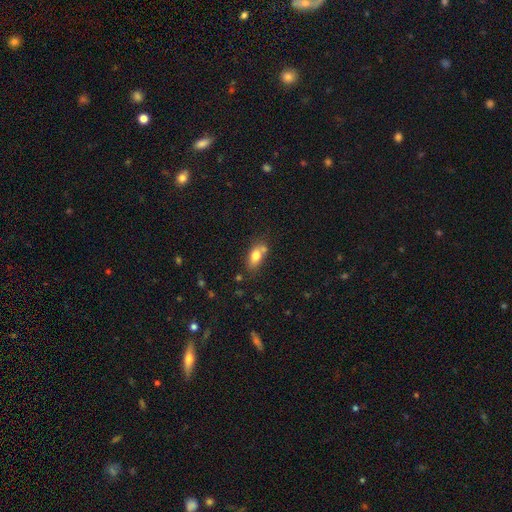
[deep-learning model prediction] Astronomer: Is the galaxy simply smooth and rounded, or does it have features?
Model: smooth — 76%.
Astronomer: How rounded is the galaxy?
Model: in between — 83%.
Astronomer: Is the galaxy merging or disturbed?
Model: none — 54%.